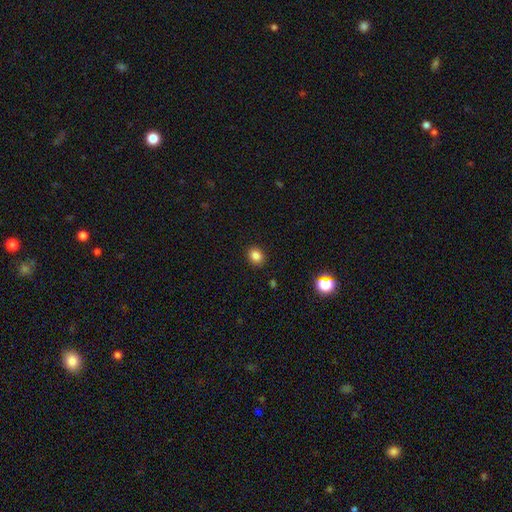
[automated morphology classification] smooth 85%, star or artifact 11%, featured or disk 4%. Down the decision tree: how rounded — round (55%); merging — none (90%).